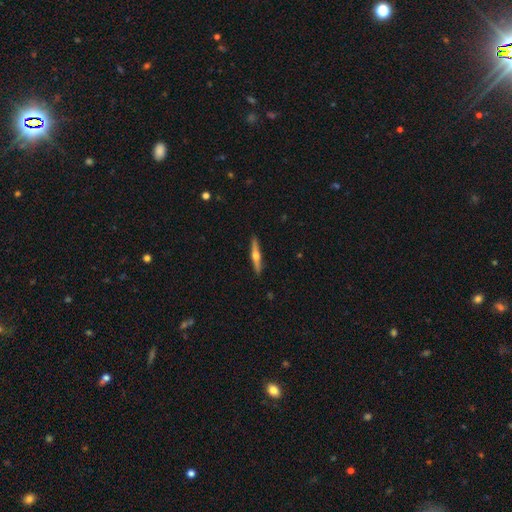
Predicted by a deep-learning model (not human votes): A featured or disk galaxy (68%) viewed edge-on (98%) with a rounded central bulge (94%). Merging: none (92%).